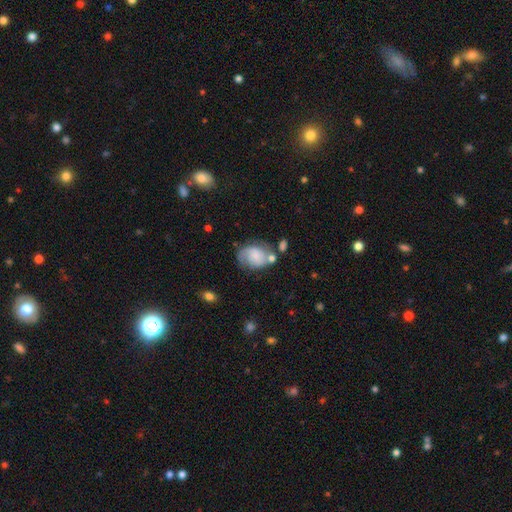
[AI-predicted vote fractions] A featured or disk galaxy (50%).

Vote fractions:
- Smooth or featured? featured or disk: 50% / smooth: 41% / star or artifact: 8%
- Edge-on disk? no: 97% / yes: 3%
- Merging? none: 53% / minor disturbance: 24% / major disturbance: 11% / merger: 11%